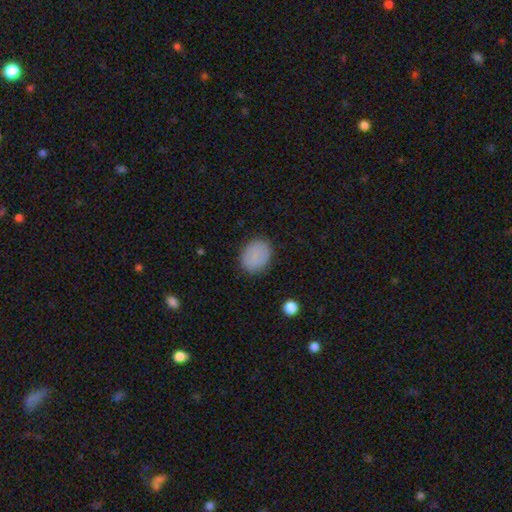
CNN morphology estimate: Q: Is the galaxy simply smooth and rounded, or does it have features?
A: smooth — 85%.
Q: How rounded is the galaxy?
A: in between — 50%.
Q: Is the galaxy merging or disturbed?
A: none — 86%.